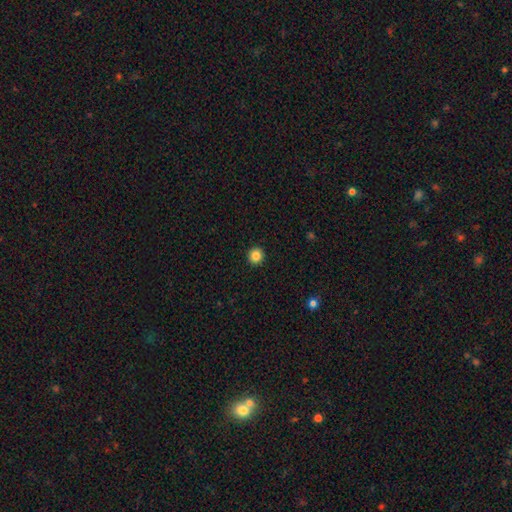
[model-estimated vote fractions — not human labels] Smooth or featured? smooth (86%)
How rounded? round (94%)
Merging? none (93%)